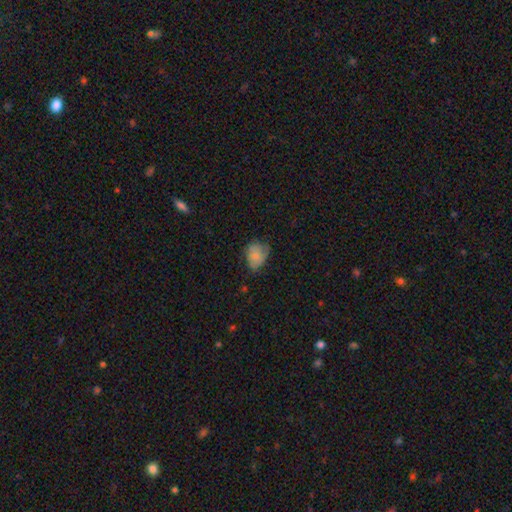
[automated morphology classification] smooth-or-featured: smooth: 76% | featured or disk: 16% | star or artifact: 8%
  how-rounded: in between: 63% | round: 36% | cigar-shaped: 1%
  merging: none: 50% | minor disturbance: 37% | major disturbance: 12% | merger: 1%